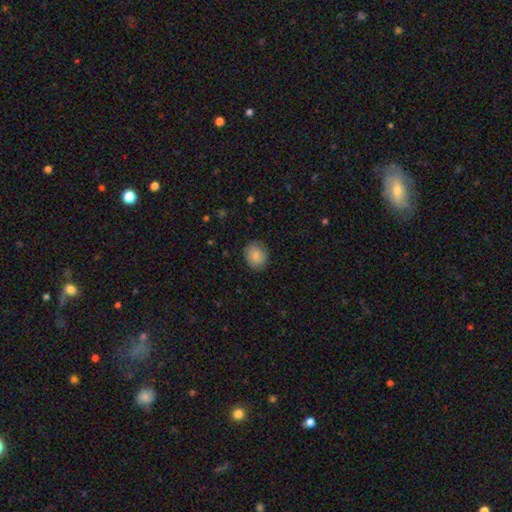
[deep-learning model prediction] The model was most divided on "how rounded": round: 64%, in between: 35%, cigar-shaped: 1%. More confident: smooth or featured — smooth (85%); merging — none (84%).